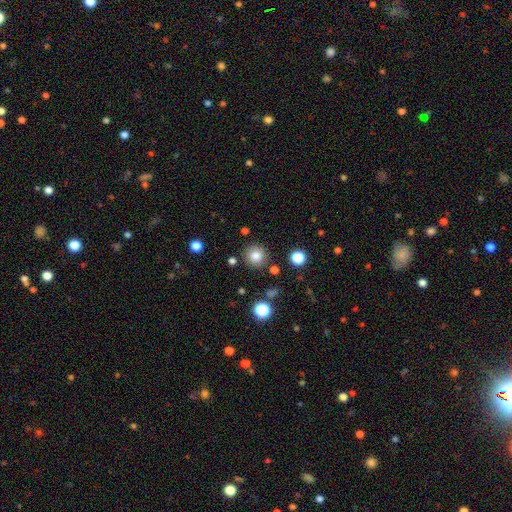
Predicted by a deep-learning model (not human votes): This is clearly a smooth galaxy (81%). How rounded: clearly round (92%). Merging: clearly none (86%).